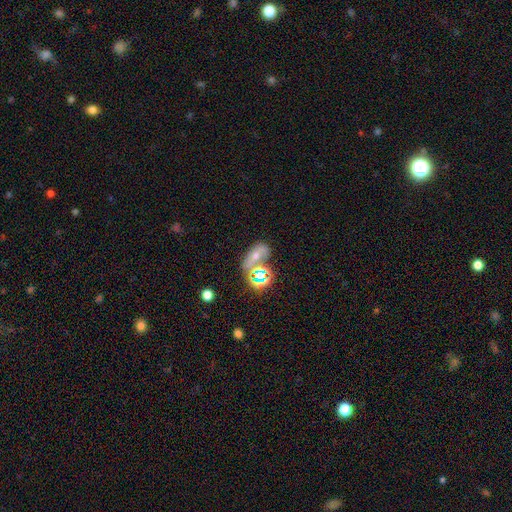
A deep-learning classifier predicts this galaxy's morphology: type=star or artifact (36%).